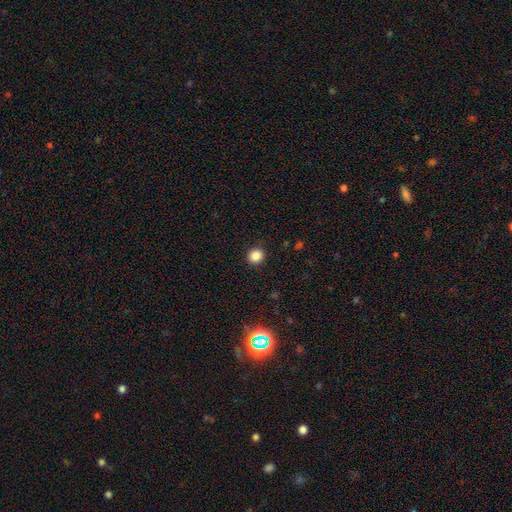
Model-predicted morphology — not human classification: Q: Smooth or featured?
A: smooth (85%); runner-up: star or artifact (11%)
Q: How rounded?
A: round (80%); runner-up: in between (19%)
Q: Merging?
A: none (91%); runner-up: minor disturbance (6%)